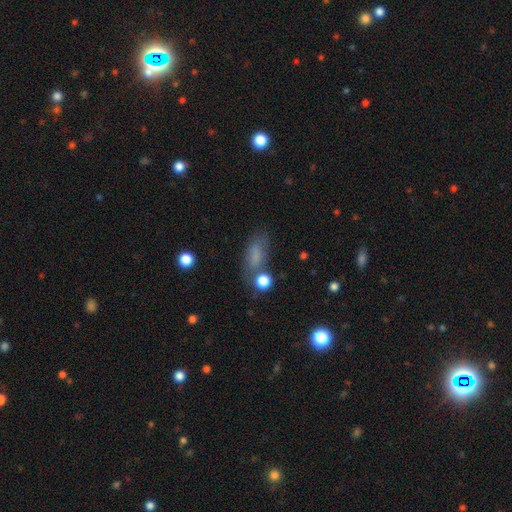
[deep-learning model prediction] The model was most divided on "merging": none: 59%, minor disturbance: 22%, major disturbance: 11%, merger: 8%. More confident: how rounded — in between (77%); smooth or featured — smooth (69%).